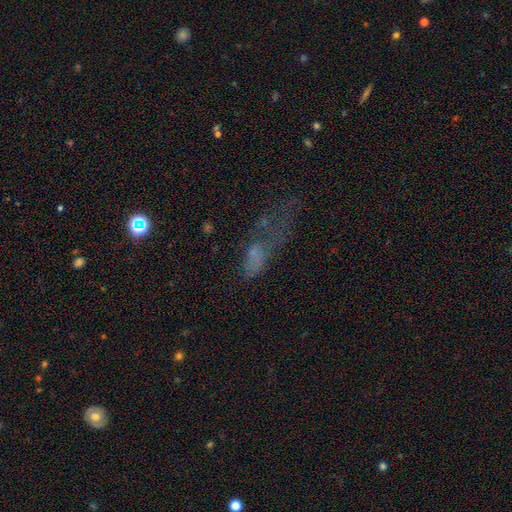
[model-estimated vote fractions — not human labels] Morphology: type=smooth (44%); merging=major disturbance (51%).